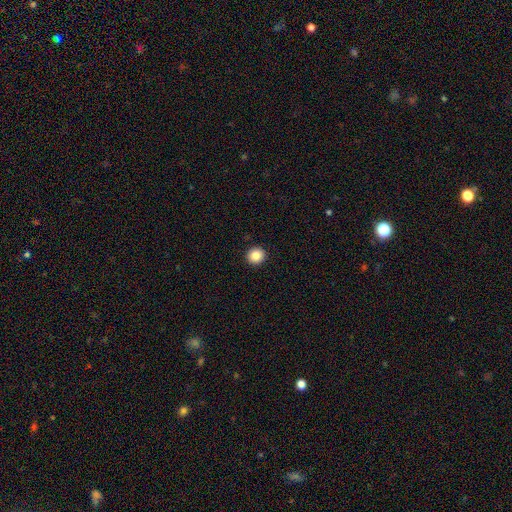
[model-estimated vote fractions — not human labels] smooth_or_featured: smooth (p=0.86) [alt: star or artifact p=0.09]
how_rounded: round (p=0.92) [alt: in between p=0.07]
merging: none (p=0.93) [alt: minor disturbance p=0.04]